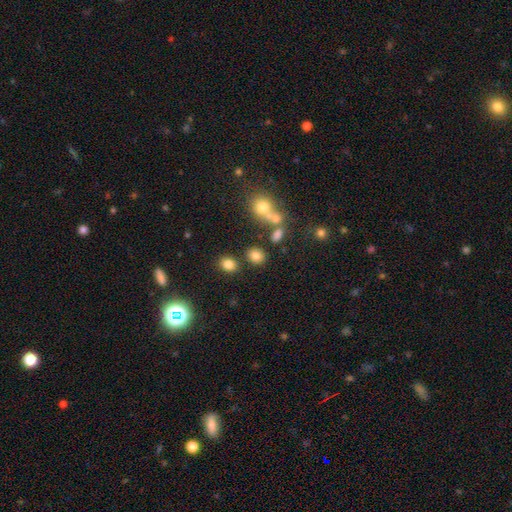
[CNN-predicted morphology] smooth_or_featured: smooth (p=0.79) [alt: star or artifact p=0.13]
how_rounded: round (p=0.64) [alt: in between p=0.35]
merging: none (p=0.75) [alt: merger p=0.11]